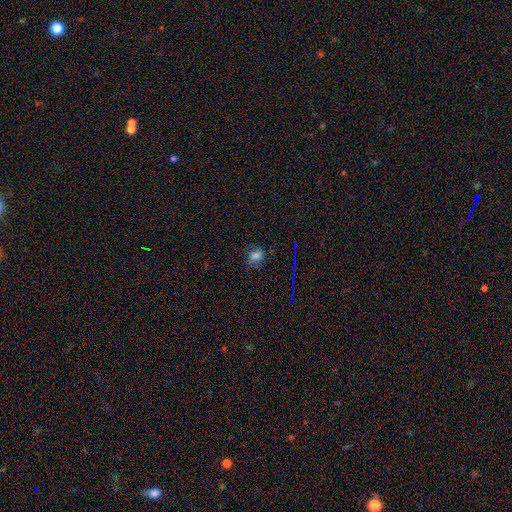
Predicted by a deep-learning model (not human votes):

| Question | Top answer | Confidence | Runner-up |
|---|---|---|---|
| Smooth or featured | smooth | 64% | star or artifact (24%) |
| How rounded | in between | 64% | round (34%) |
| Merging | none | 66% | minor disturbance (23%) |